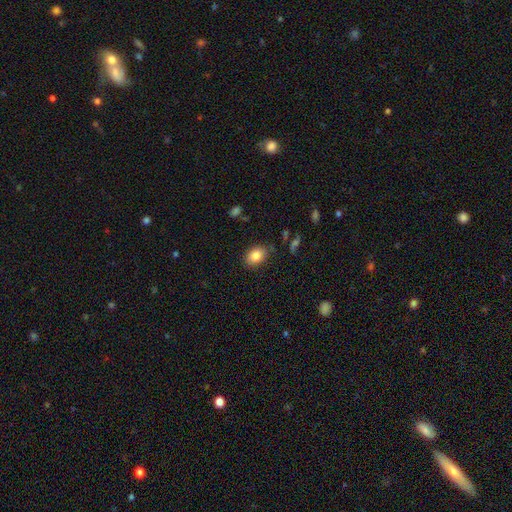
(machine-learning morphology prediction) The model was most divided on "how rounded": in between: 73%, round: 26%, cigar-shaped: 1%. More confident: smooth or featured — smooth (84%); merging — none (84%).